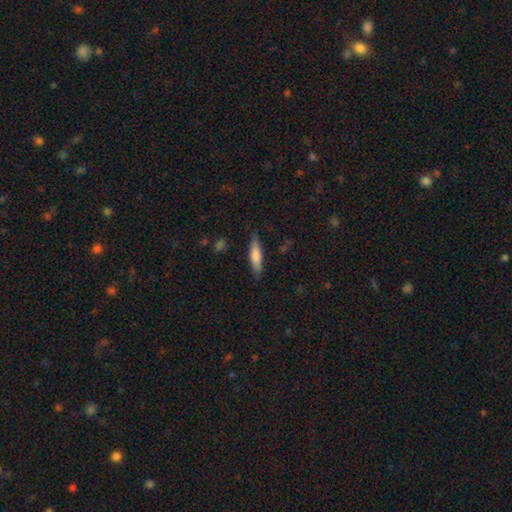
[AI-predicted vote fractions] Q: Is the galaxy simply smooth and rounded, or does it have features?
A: smooth — 73%.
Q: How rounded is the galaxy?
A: cigar-shaped — 75%.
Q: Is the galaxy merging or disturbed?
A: none — 84%.